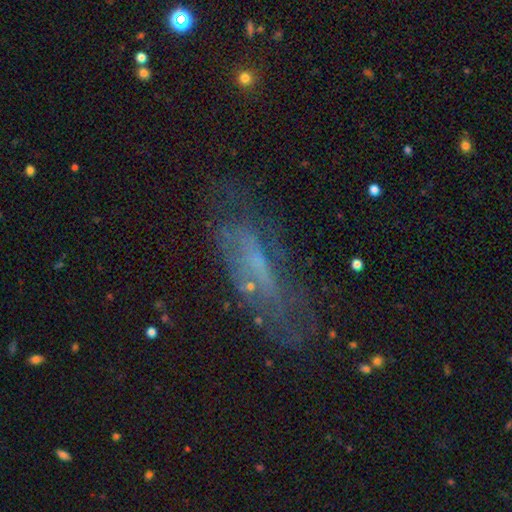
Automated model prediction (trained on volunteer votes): Smooth or featured? Predicted: featured or disk (p=0.49). Merging? Predicted: none (p=0.50).